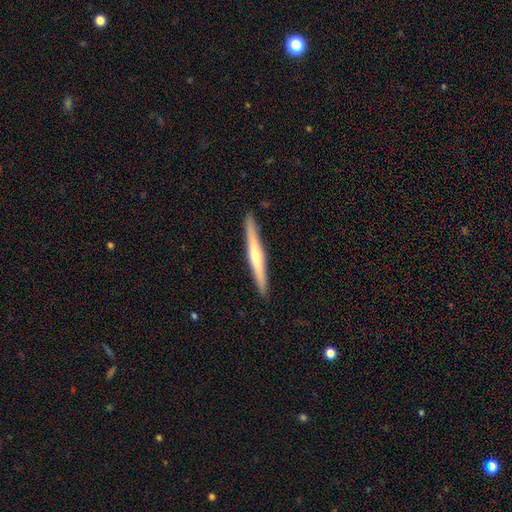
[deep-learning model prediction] smooth-or-featured: featured or disk: 60% | smooth: 35% | star or artifact: 5%
  disk-edge-on: yes: 98% | no: 2%
    edge-on-bulge: rounded: 64% | none: 29% | boxy: 7%
  merging: none: 92% | minor disturbance: 6% | major disturbance: 1% | merger: 1%